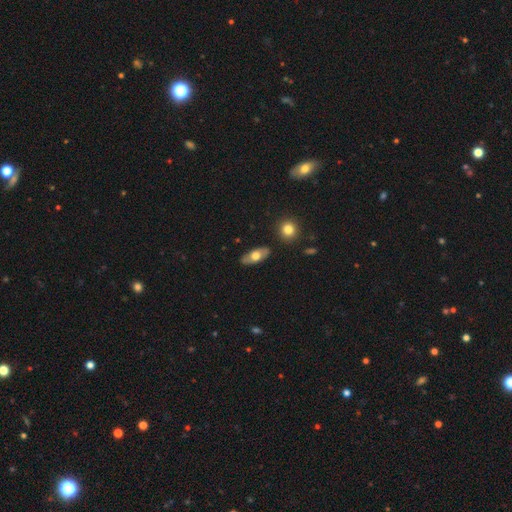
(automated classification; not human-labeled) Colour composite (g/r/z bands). It shows a smooth galaxy with no disk features (59%) that is in between round and cigar-shaped (84%). Merging: none (84%).